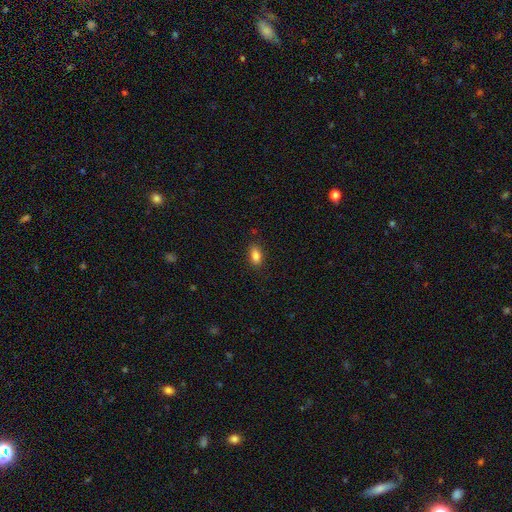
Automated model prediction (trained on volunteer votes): Q: Smooth or featured?
A: smooth (85%); runner-up: star or artifact (9%)
Q: How rounded?
A: in between (88%); runner-up: round (8%)
Q: Merging?
A: none (85%); runner-up: minor disturbance (11%)